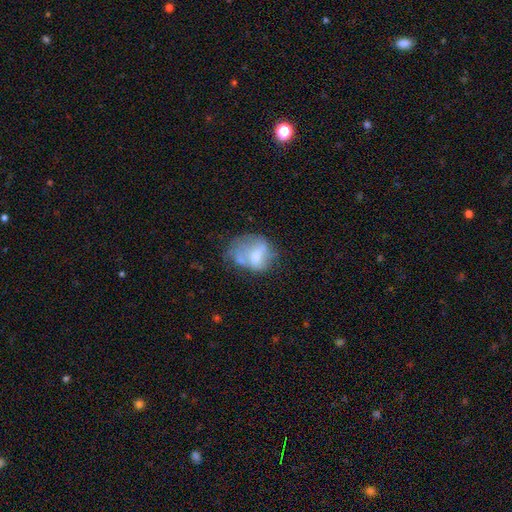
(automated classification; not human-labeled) smooth 47%, featured or disk 43%, star or artifact 10%. Down the decision tree: merging — none (32%).